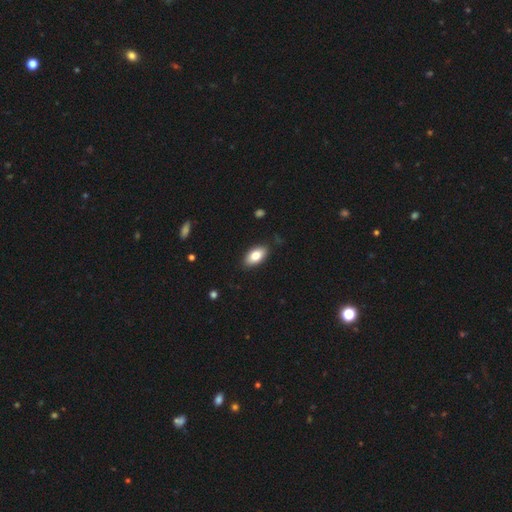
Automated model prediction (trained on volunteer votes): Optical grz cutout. It shows a smooth galaxy with no disk features (80%) that is in between round and cigar-shaped (92%). Merging: none (88%).